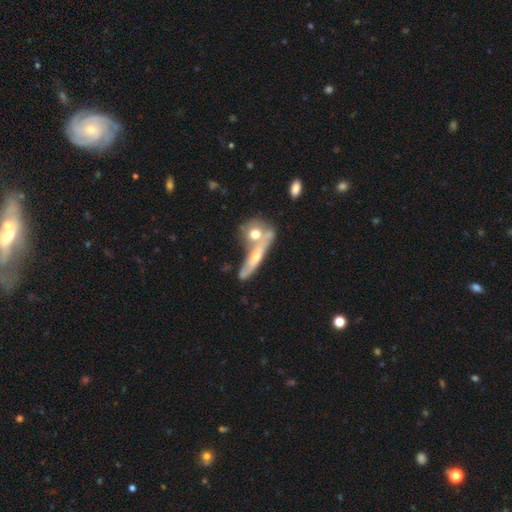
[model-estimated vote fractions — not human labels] Smooth or featured? Predicted: featured or disk (p=0.58). Edge-on disk? Predicted: yes (p=0.63). Merging? Predicted: merger (p=0.45).